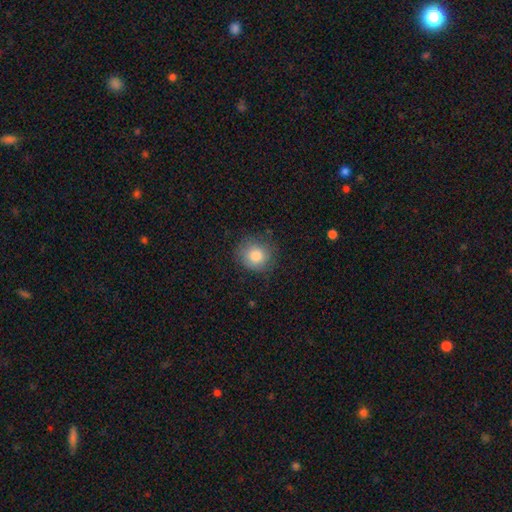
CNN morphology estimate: smooth-or-featured: smooth: 82% | star or artifact: 9% | featured or disk: 9%
  how-rounded: round: 87% | in between: 12% | cigar-shaped: 1%
  merging: none: 80% | minor disturbance: 15% | major disturbance: 4% | merger: 1%